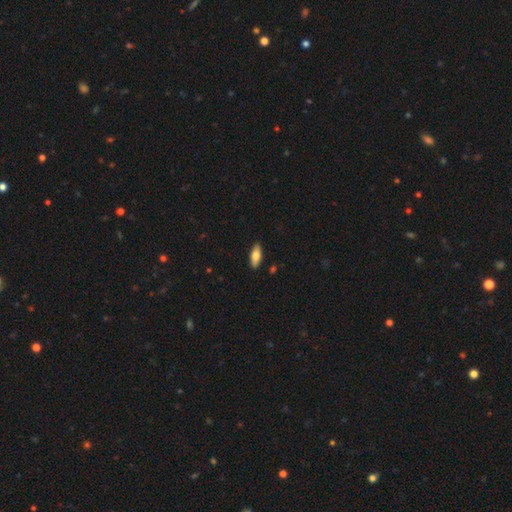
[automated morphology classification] A smooth galaxy with no disk features (72%) that is in between round and cigar-shaped (74%).

Vote fractions:
- Smooth or featured? smooth: 72% / featured or disk: 22% / star or artifact: 6%
- How rounded? in between: 74% / cigar-shaped: 23% / round: 2%
- Merging? none: 89% / minor disturbance: 8% / major disturbance: 2% / merger: 1%